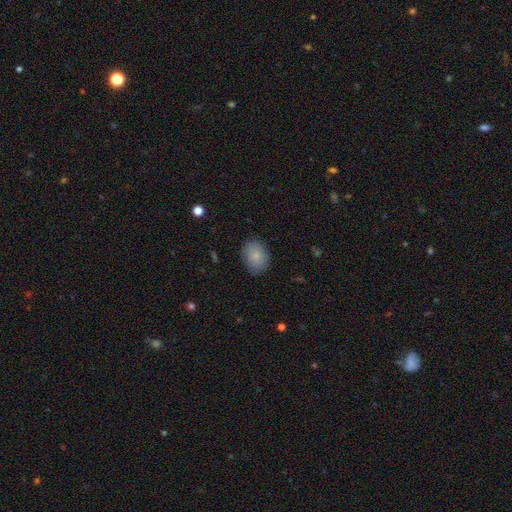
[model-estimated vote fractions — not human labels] Smooth or featured? Predicted: smooth (p=0.84). How rounded? Predicted: in between (p=0.64). Merging? Predicted: none (p=0.83).